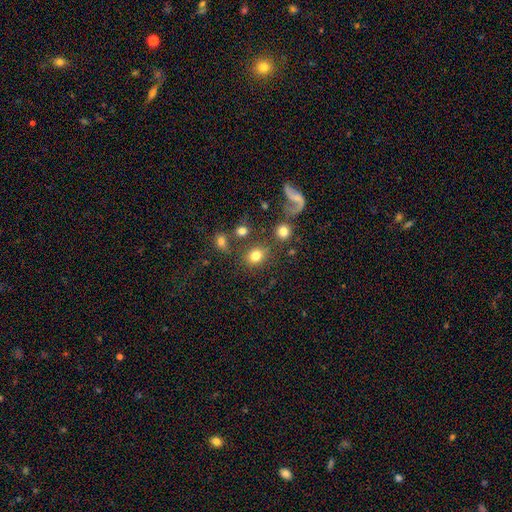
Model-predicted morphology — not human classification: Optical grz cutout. It shows a smooth galaxy with no disk features (77%) that is round (65%). Merging: none (72%).